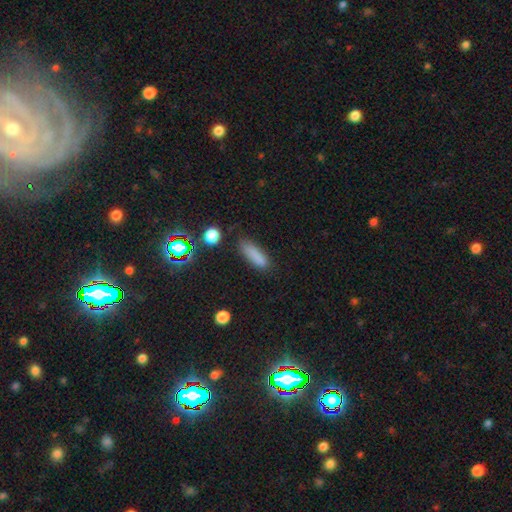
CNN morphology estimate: smooth-or-featured: smooth: 81% | star or artifact: 11% | featured or disk: 7%
  how-rounded: cigar-shaped: 59% | in between: 38% | round: 3%
  merging: none: 73% | minor disturbance: 19% | major disturbance: 5% | merger: 3%